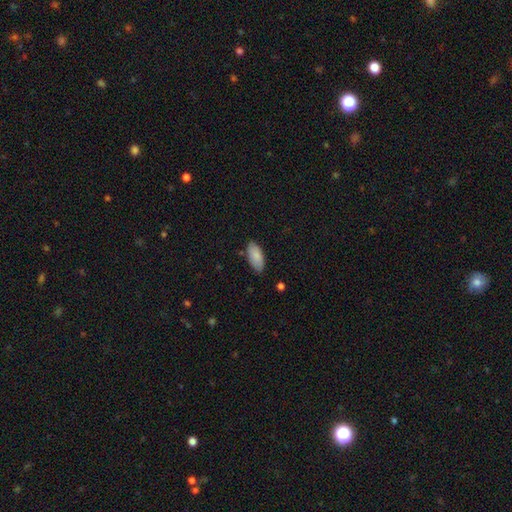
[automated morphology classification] This is clearly a smooth galaxy (87%). How rounded: clearly in between (91%). Merging: clearly none (81%).